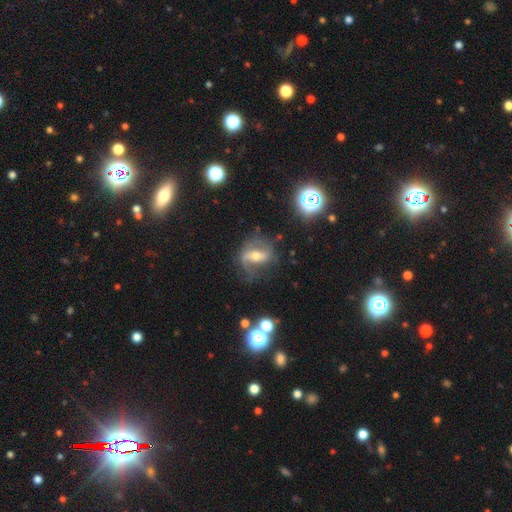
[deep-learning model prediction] featured or disk 65%, smooth 22%, star or artifact 12%. Down the decision tree: edge-on disk — no (90%); bar — strong (44%); spiral arms — yes (77%); bulge size — moderate (62%); merging — none (54%).